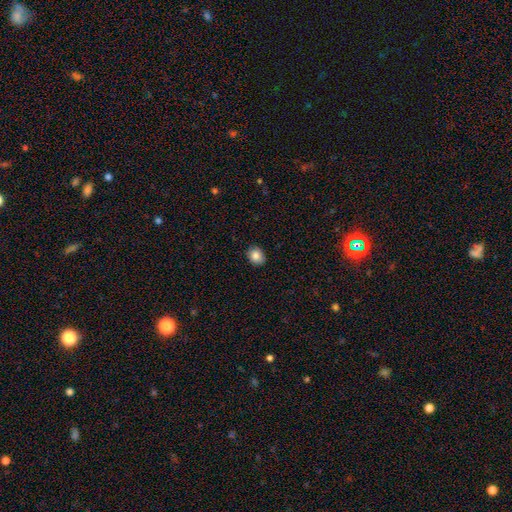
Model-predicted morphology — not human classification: Overall: smooth (86%). How rounded: round (62%; in between 37%). Merging: none (90%).